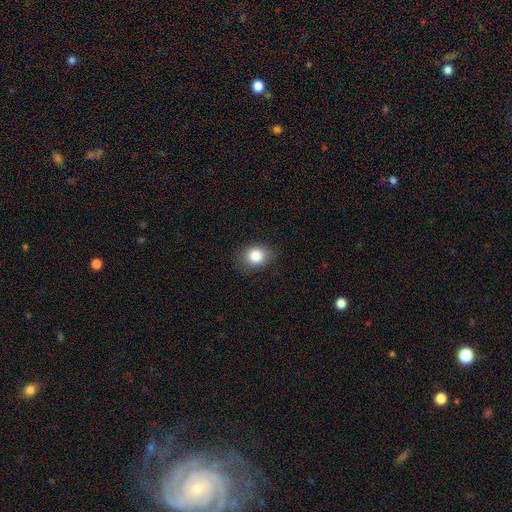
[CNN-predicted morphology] Smooth or featured?
  - smooth: 84% *
  - star or artifact: 10%
  - featured or disk: 6%
How rounded?
  - round: 50% *
  - in between: 49%
  - cigar-shaped: 1%
Merging?
  - none: 83% *
  - minor disturbance: 13%
  - major disturbance: 3%
  - merger: 1%